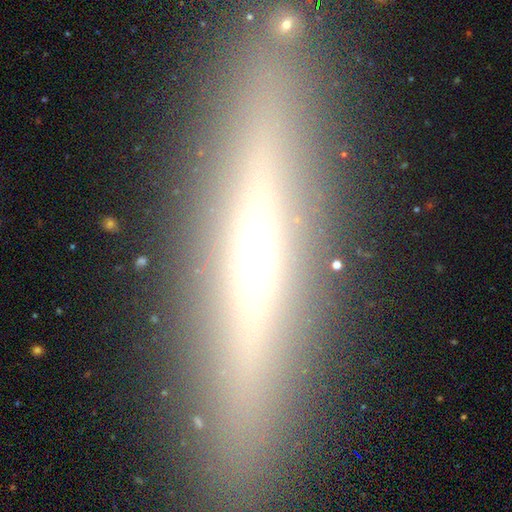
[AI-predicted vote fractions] This appears to be a featured or disk galaxy (53%) viewed edge-on (84%). Merging: none (85%).